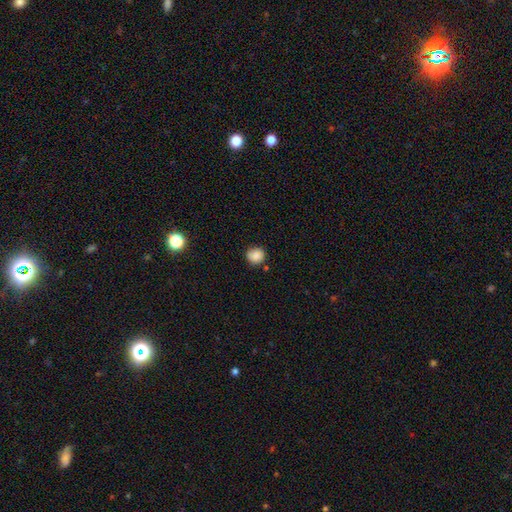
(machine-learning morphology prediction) Smooth or featured? Predicted: smooth (p=0.85). How rounded? Predicted: round (p=0.87). Merging? Predicted: none (p=0.77).